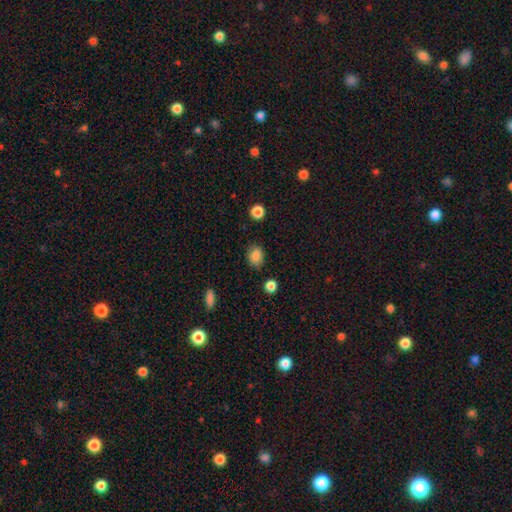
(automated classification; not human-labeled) This is clearly a smooth galaxy (85%). How rounded: possibly in between (59%). Merging: likely none (79%).